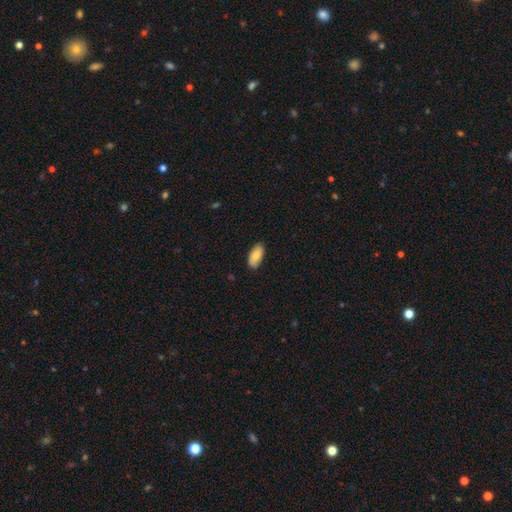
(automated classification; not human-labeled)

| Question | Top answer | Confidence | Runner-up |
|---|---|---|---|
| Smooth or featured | smooth | 80% | featured or disk (14%) |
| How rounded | in between | 93% | cigar-shaped (4%) |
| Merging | none | 85% | minor disturbance (12%) |